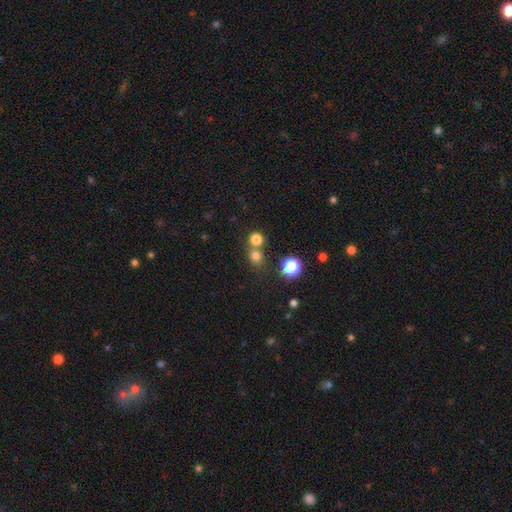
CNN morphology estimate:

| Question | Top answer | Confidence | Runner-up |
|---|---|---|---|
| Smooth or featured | smooth | 73% | star or artifact (21%) |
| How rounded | round | 85% | in between (14%) |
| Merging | none | 63% | merger (27%) |